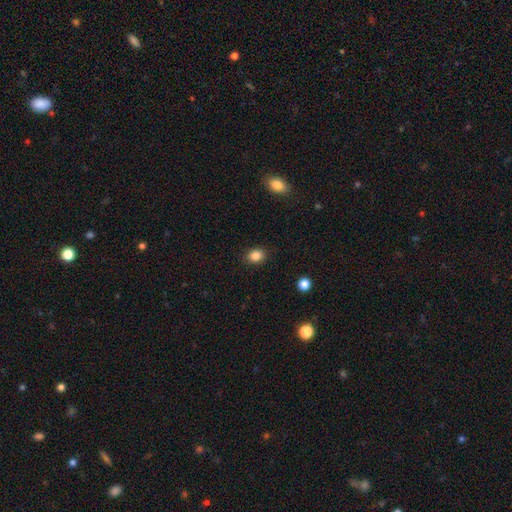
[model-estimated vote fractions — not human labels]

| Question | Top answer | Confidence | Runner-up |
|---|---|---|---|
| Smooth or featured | smooth | 86% | star or artifact (10%) |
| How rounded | in between | 58% | round (41%) |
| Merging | none | 89% | minor disturbance (8%) |